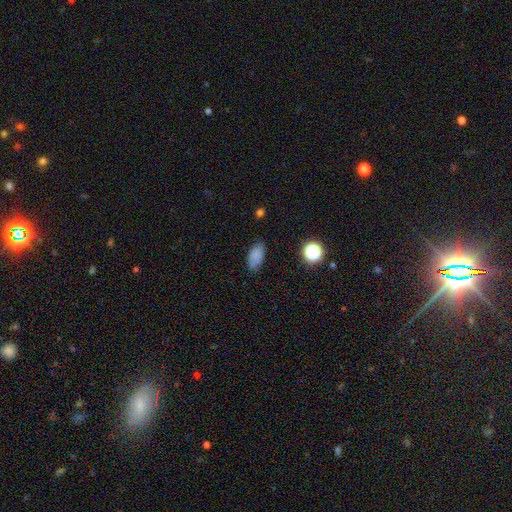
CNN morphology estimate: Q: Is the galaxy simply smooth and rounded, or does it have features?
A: smooth — 81%.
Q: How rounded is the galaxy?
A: in between — 91%.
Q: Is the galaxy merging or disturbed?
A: none — 76%.